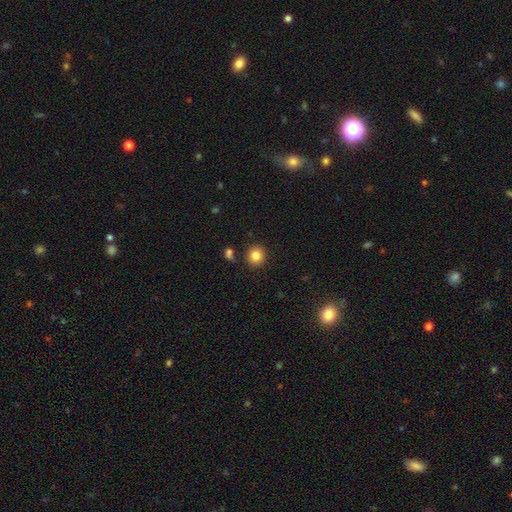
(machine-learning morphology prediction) Overall: smooth (84%). How rounded: round (90%). Merging: none (87%).